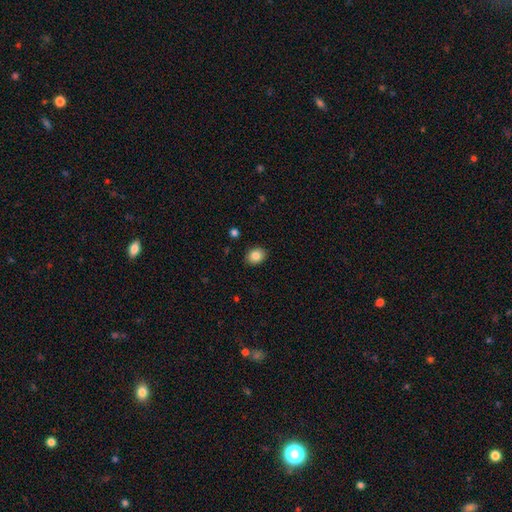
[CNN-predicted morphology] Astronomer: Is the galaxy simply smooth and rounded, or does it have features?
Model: smooth — 85%.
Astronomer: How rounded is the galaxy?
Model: in between — 57% (runner-up: round, 42%).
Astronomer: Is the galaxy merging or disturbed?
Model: none — 89%.